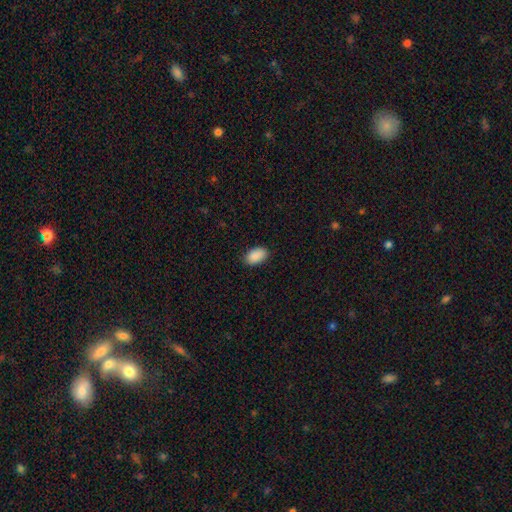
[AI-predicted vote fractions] Smooth or featured: smooth — 90% (star or artifact — 7%)
How rounded: in between — 93% (round — 5%)
Merging: none — 87% (minor disturbance — 10%)